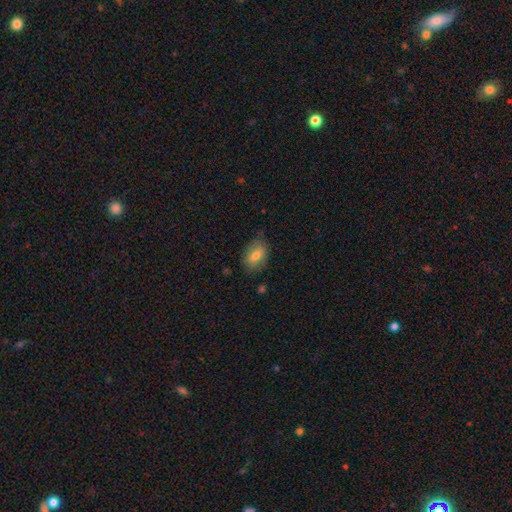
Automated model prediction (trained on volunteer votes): Smooth or featured?
  - smooth: 72% *
  - featured or disk: 21%
  - star or artifact: 8%
How rounded?
  - in between: 85% *
  - round: 12%
  - cigar-shaped: 3%
Merging?
  - none: 74% *
  - minor disturbance: 20%
  - major disturbance: 5%
  - merger: 1%